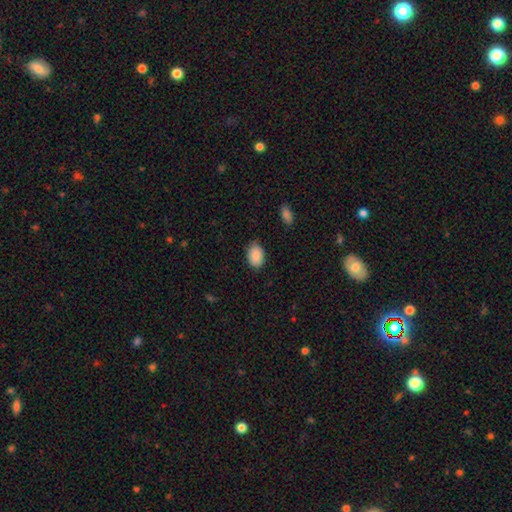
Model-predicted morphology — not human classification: smooth_or_featured: smooth (p=0.89) [alt: star or artifact p=0.07]
how_rounded: in between (p=0.85) [alt: round p=0.14]
merging: none (p=0.79) [alt: minor disturbance p=0.17]